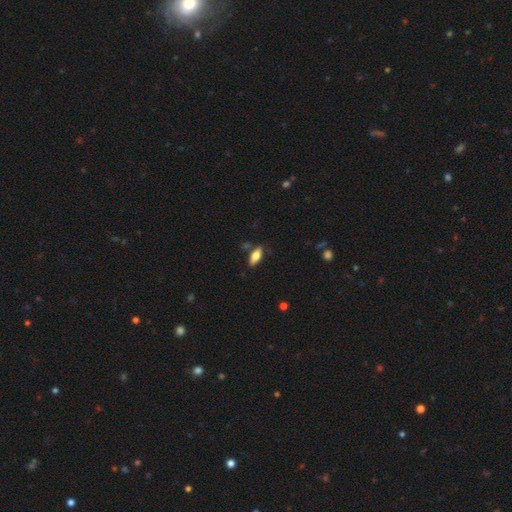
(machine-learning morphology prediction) smooth-or-featured: smooth: 70% | featured or disk: 22% | star or artifact: 7%
  how-rounded: in between: 77% | cigar-shaped: 20% | round: 3%
  merging: none: 78% | minor disturbance: 15% | merger: 4% | major disturbance: 3%